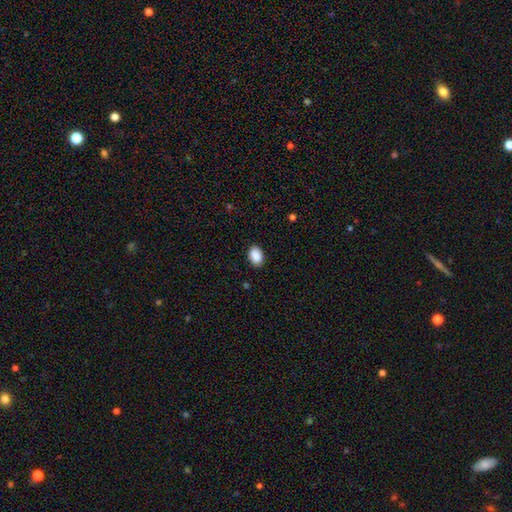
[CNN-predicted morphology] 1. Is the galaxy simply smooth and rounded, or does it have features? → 90% smooth, 7% star or artifact, 3% featured or disk.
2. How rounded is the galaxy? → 86% in between, 13% round, 1% cigar-shaped.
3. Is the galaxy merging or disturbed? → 88% none, 9% minor disturbance, 2% major disturbance, 1% merger.